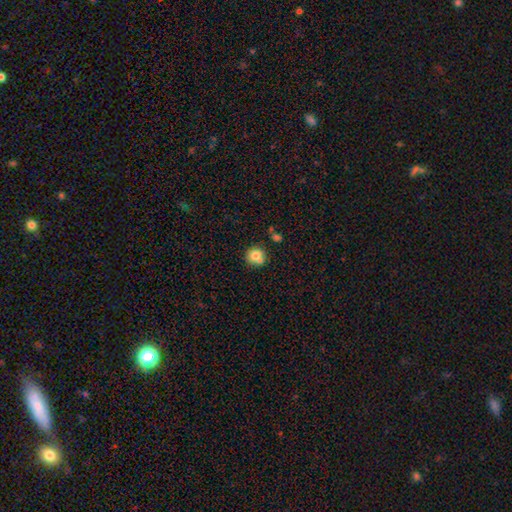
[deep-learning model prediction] smooth-or-featured: smooth: 77% | featured or disk: 13% | star or artifact: 10%
  how-rounded: round: 86% | in between: 13% | cigar-shaped: 1%
  merging: none: 61% | merger: 24% | minor disturbance: 12% | major disturbance: 3%